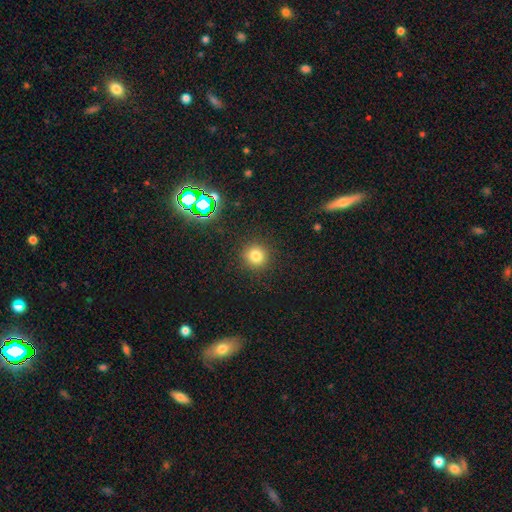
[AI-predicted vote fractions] Smooth or featured? Predicted: smooth (p=0.77). How rounded? Predicted: round (p=0.92). Merging? Predicted: none (p=0.90).